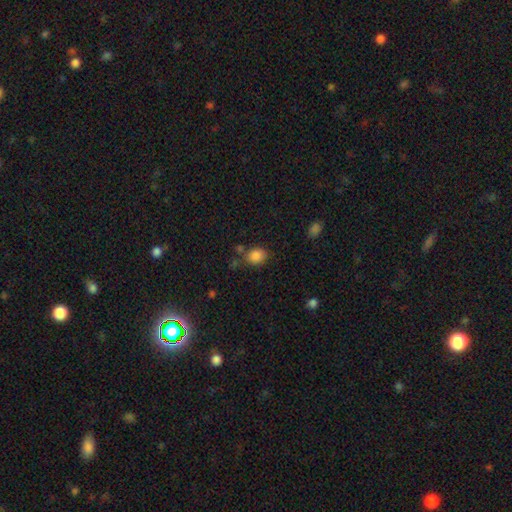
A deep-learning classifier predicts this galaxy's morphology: This appears to be a smooth galaxy with no disk features (86%) that is round (52%). Merging: none (69%).